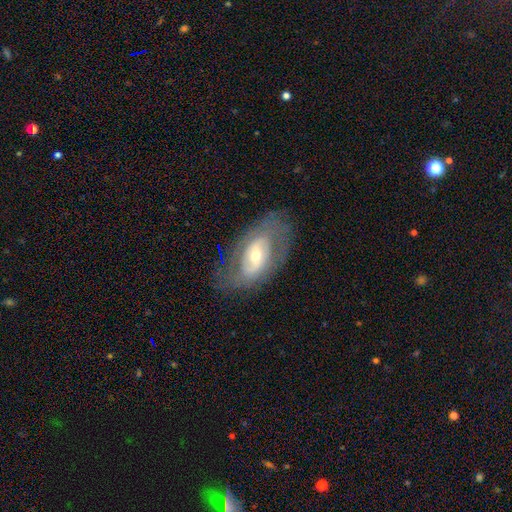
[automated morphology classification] Smooth or featured? Predicted: featured or disk (p=0.72). Edge-on disk? Predicted: no (p=0.92). Bar? Predicted: weak (p=0.41). Spiral arms? Predicted: yes (p=0.71). Bulge size? Predicted: moderate (p=0.53). Merging? Predicted: none (p=0.72).